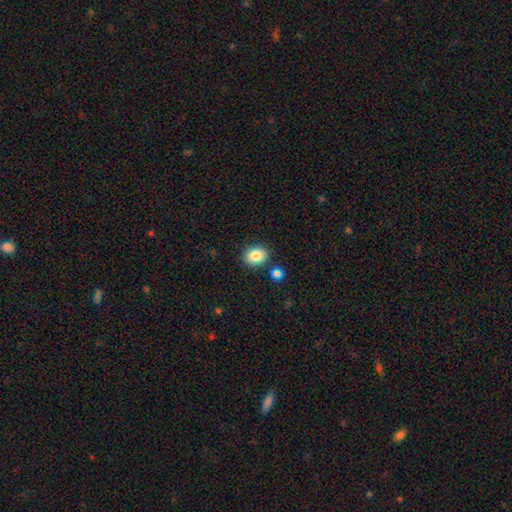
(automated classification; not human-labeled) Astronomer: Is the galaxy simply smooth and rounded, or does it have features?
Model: smooth — 85%.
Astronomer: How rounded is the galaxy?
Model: round — 50% (runner-up: in between, 49%).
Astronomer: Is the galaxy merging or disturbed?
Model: none — 84%.